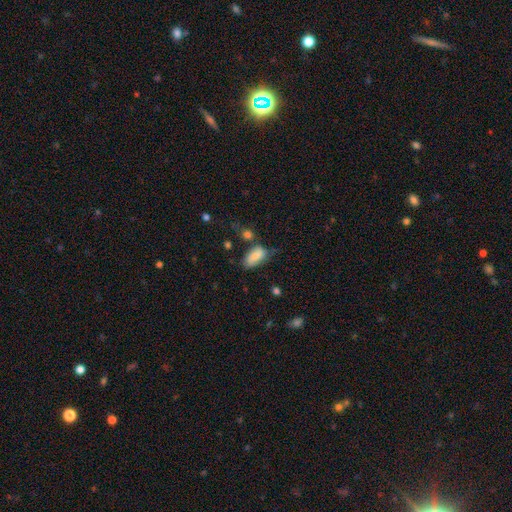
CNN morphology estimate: Q: Smooth or featured?
A: smooth (82%); runner-up: featured or disk (10%)
Q: How rounded?
A: in between (92%); runner-up: cigar-shaped (5%)
Q: Merging?
A: none (43%); runner-up: minor disturbance (33%)